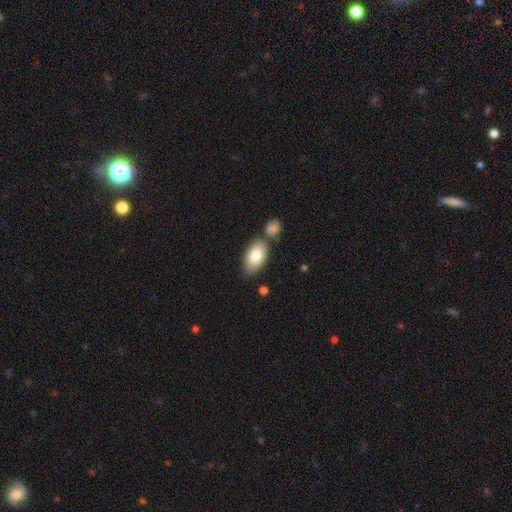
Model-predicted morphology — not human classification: Overall: smooth (79%). How rounded: in between (93%). Merging: none (70%).